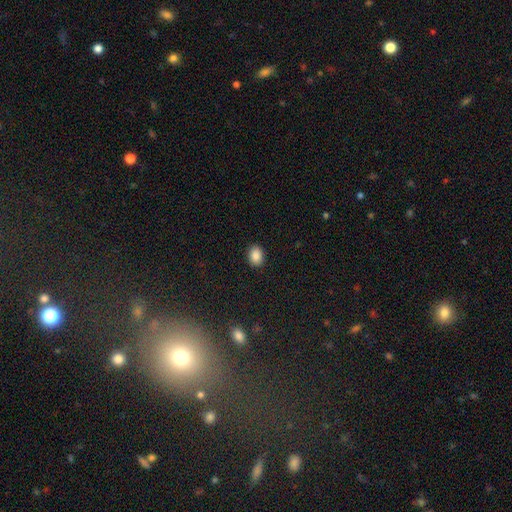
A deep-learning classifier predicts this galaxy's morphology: Smooth or featured? Predicted: smooth (p=0.88). How rounded? Predicted: in between (p=0.64). Merging? Predicted: none (p=0.90).